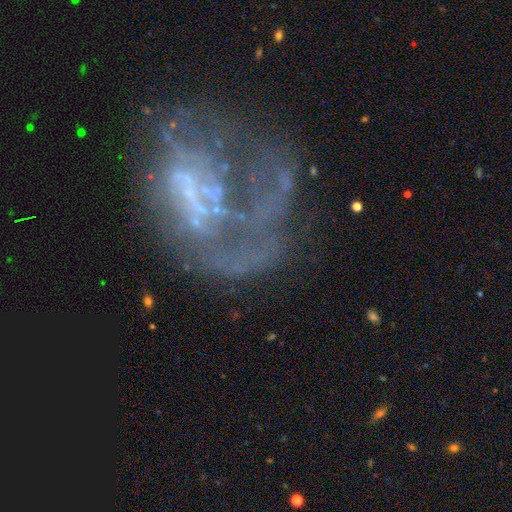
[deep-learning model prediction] Smooth or featured: featured or disk — 67% (star or artifact — 18%)
Edge-on disk: no — 97% (yes — 3%)
Bar: no — 75% (weak — 18%)
Spiral arms: no — 65% (yes — 35%)
Bulge size: none — 70% (small — 16%)
Merging: major disturbance — 49% (none — 29%)